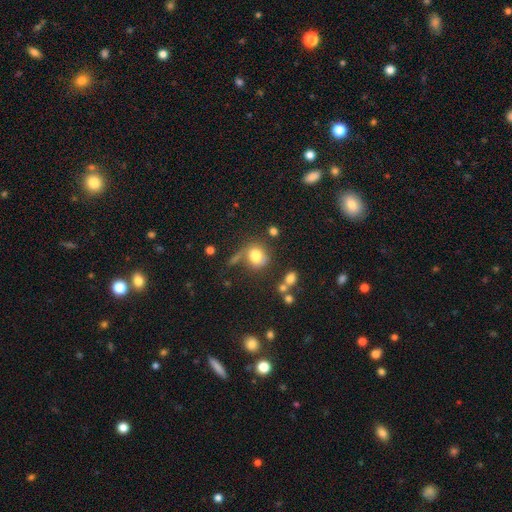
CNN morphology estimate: Smooth or featured: smooth — 72% (featured or disk — 16%)
How rounded: round — 62% (in between — 37%)
Merging: none — 41% (minor disturbance — 21%)